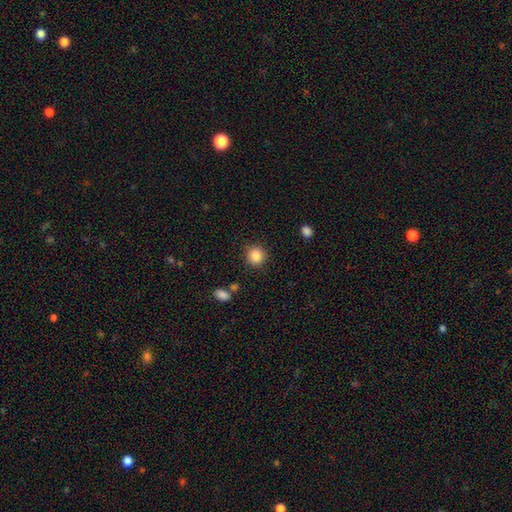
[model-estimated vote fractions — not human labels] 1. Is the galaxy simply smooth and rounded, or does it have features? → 86% smooth, 10% star or artifact, 5% featured or disk.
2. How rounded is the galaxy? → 90% round, 9% in between, 1% cigar-shaped.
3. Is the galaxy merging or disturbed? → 87% none, 8% minor disturbance, 3% major disturbance, 2% merger.